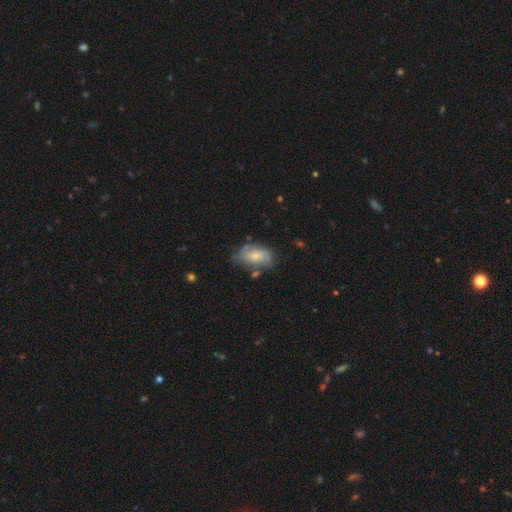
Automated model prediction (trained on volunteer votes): This is possibly a smooth galaxy (47%). Merging: possibly none (54%).